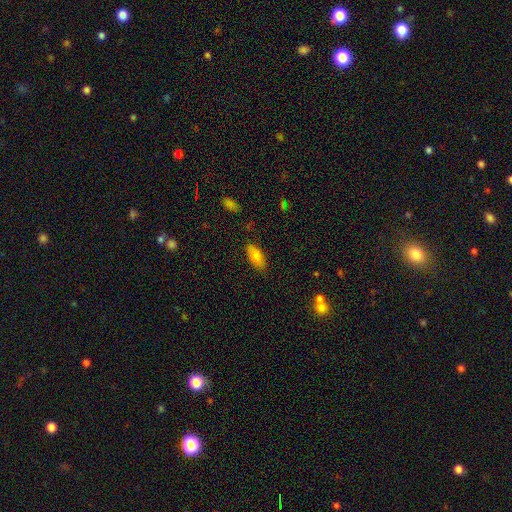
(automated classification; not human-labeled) This appears to be a smooth galaxy with no disk features (81%) that is in between round and cigar-shaped (84%). Merging: none (83%).